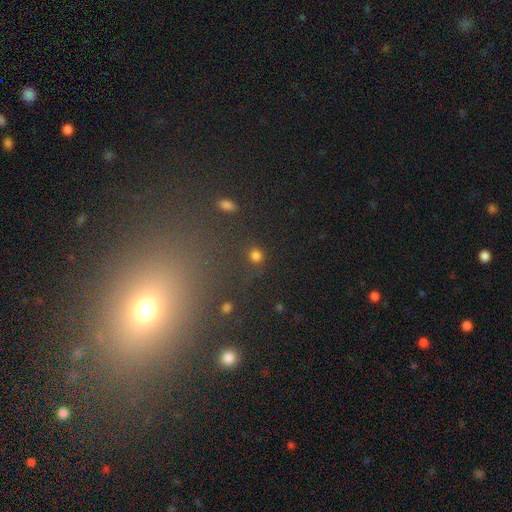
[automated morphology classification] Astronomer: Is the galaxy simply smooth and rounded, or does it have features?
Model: smooth — 80%.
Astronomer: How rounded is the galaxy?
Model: round — 87%.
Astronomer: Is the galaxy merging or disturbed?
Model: none — 82%.